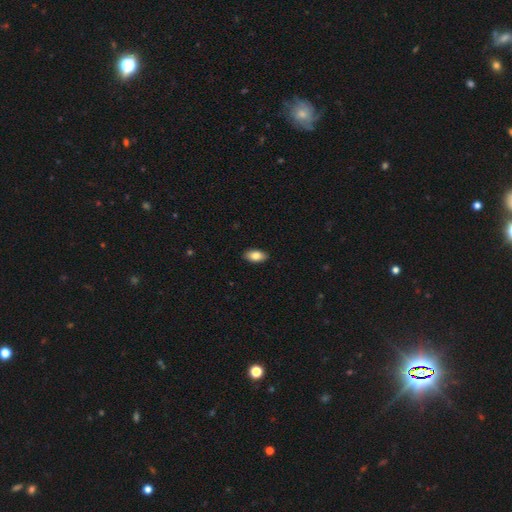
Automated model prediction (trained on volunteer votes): Overall: smooth (83%). How rounded: in between (92%). Merging: none (89%).